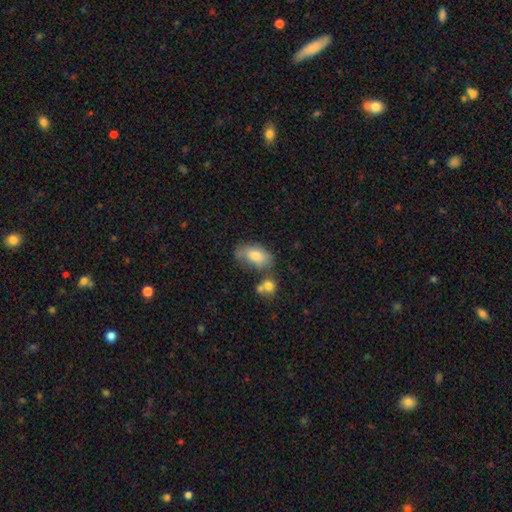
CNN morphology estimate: smooth-or-featured: smooth: 75% | featured or disk: 18% | star or artifact: 8%
  how-rounded: in between: 89% | round: 9% | cigar-shaped: 2%
  merging: none: 49% | minor disturbance: 24% | merger: 19% | major disturbance: 9%